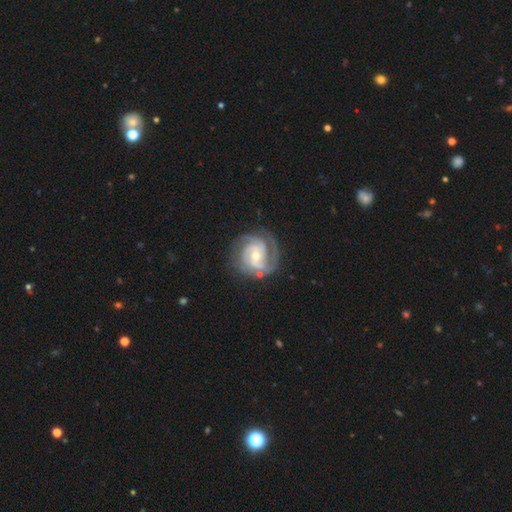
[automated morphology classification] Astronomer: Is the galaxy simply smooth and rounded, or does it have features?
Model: featured or disk — 91%.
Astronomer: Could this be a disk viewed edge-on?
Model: no — 98%.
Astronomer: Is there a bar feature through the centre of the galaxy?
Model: no — 54% (runner-up: weak, 35%).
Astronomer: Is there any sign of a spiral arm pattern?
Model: yes — 98%.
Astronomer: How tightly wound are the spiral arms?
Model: tight — 64%.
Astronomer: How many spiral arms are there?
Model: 3 — 43% (runner-up: 2, 30%).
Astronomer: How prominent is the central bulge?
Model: moderate — 48%, tied with small at 48%.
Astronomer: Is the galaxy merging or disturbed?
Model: none — 75%.